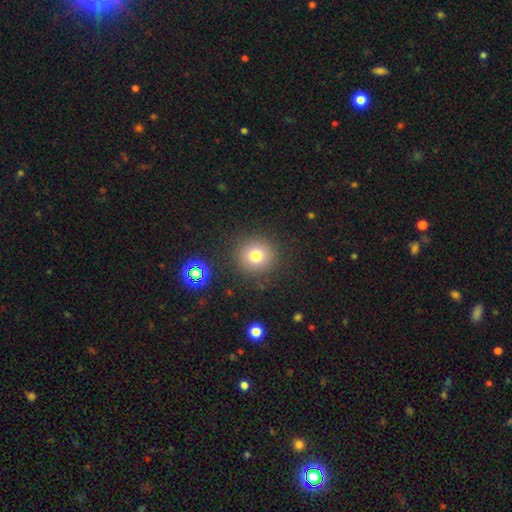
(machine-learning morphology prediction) type=smooth (76%); roundness=round (92%); merging=none (88%).